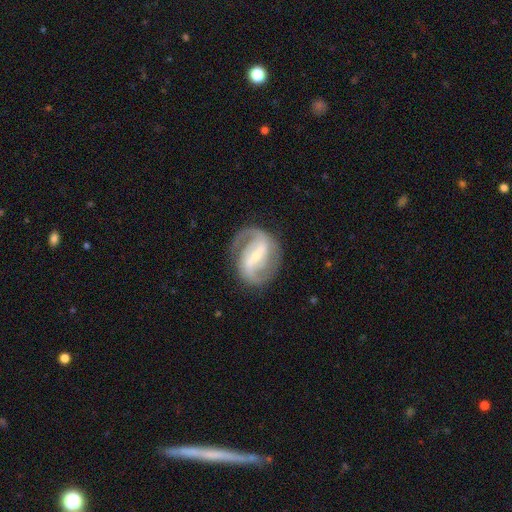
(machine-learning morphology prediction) Smooth or featured? Predicted: featured or disk (p=0.88). Edge-on disk? Predicted: no (p=0.97). Bar? Predicted: strong (p=0.59). Spiral arms? Predicted: yes (p=0.96). Spiral winding? Predicted: medium (p=0.52). Spiral arm count? Predicted: 2 (p=0.89). Bulge size? Predicted: small (p=0.63). Merging? Predicted: none (p=0.79).